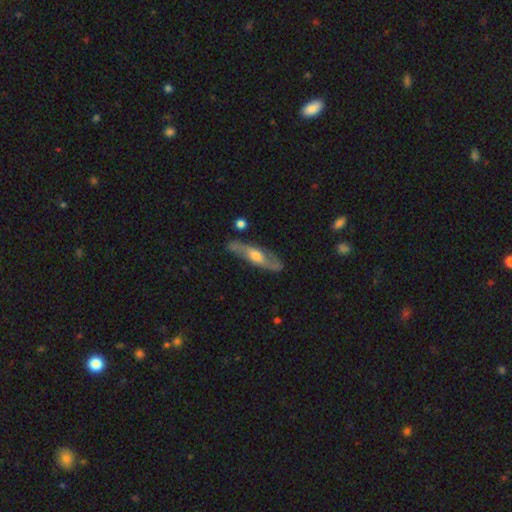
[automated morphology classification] Smooth or featured: featured or disk — 69% (smooth — 26%)
Edge-on disk: no — 56% (yes — 44%)
Merging: none — 78% (minor disturbance — 15%)